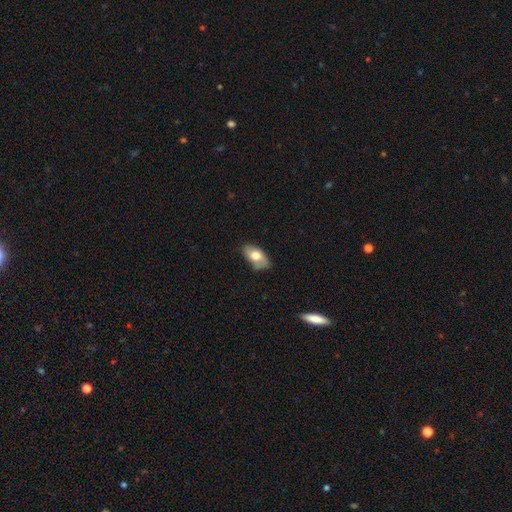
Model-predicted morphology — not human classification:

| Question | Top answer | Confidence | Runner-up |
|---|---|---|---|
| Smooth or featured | smooth | 65% | featured or disk (29%) |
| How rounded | in between | 92% | round (5%) |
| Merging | none | 61% | minor disturbance (29%) |